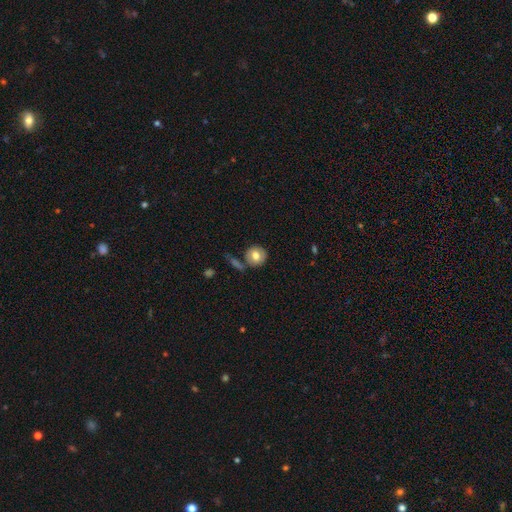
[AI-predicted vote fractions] Smooth or featured?
  - smooth: 74% *
  - featured or disk: 18%
  - star or artifact: 8%
How rounded?
  - round: 88% *
  - in between: 11%
  - cigar-shaped: 1%
Merging?
  - none: 72% *
  - minor disturbance: 13%
  - merger: 10%
  - major disturbance: 5%